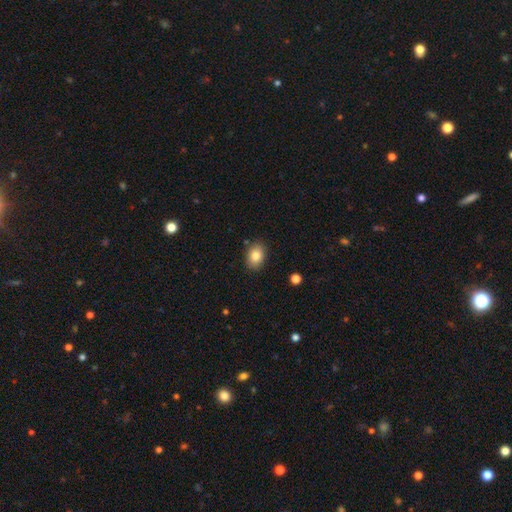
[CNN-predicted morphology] Overall: smooth (83%). How rounded: in between (74%). Merging: none (87%).